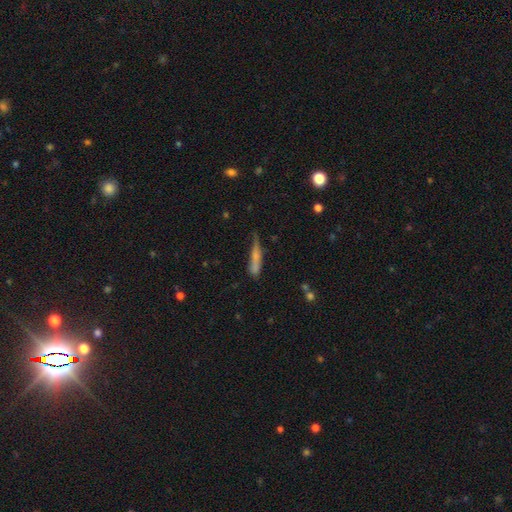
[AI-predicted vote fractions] A smooth galaxy with no disk features (60%) that is cigar-shaped (89%). Merging: none (56%).